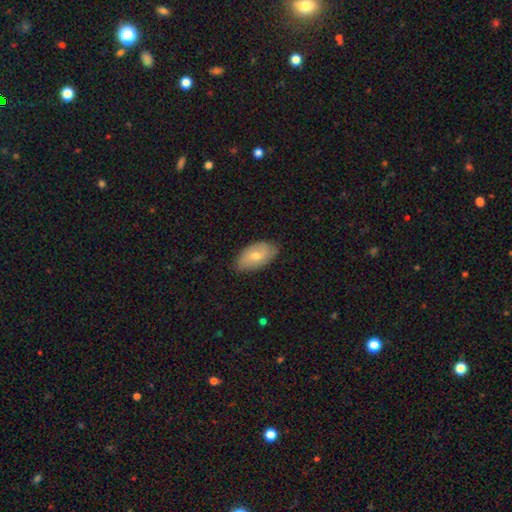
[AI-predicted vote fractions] This is likely a smooth galaxy (63%). How rounded: clearly in between (93%). Merging: clearly none (81%).